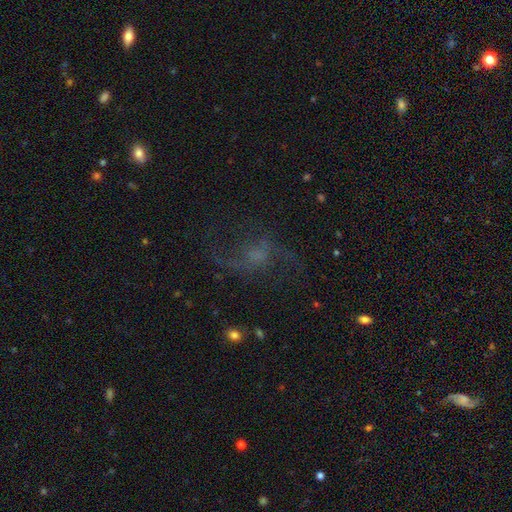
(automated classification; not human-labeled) Overall: featured or disk (61%). Edge-on disk: no (96%). Bar: no (62%; weak 31%). Spiral arms: yes (81%). Bulge size: none (37%; small 32%). Merging: none (57%; major disturbance 25%).